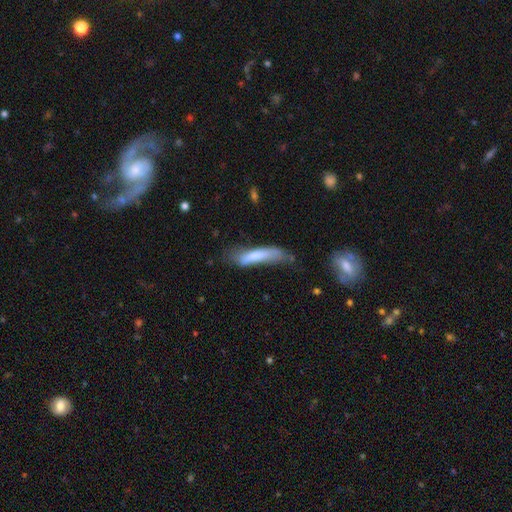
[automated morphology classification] Smooth or featured?
  - smooth: 67% *
  - featured or disk: 26%
  - star or artifact: 6%
How rounded?
  - cigar-shaped: 81% *
  - in between: 17%
  - round: 1%
Merging?
  - none: 41% *
  - minor disturbance: 34%
  - major disturbance: 20%
  - merger: 5%